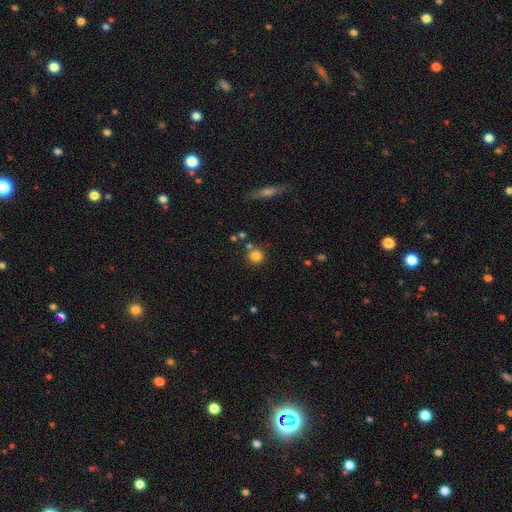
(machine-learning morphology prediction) This appears to be a smooth galaxy with no disk features (81%) that is round (92%). Merging: none (76%).